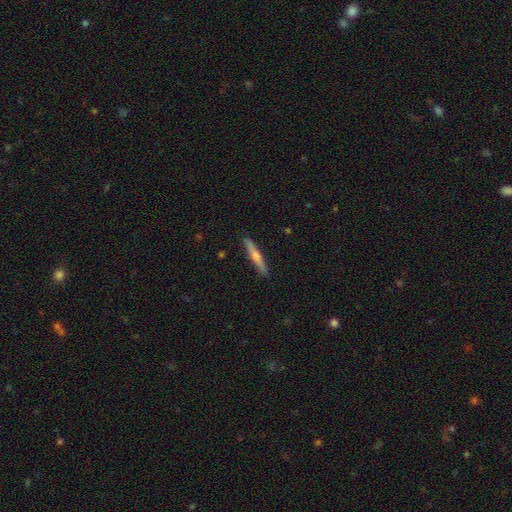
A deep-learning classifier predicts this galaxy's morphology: A featured or disk galaxy (56%) viewed edge-on (95%) with a rounded central bulge (85%). Merging: none (91%).